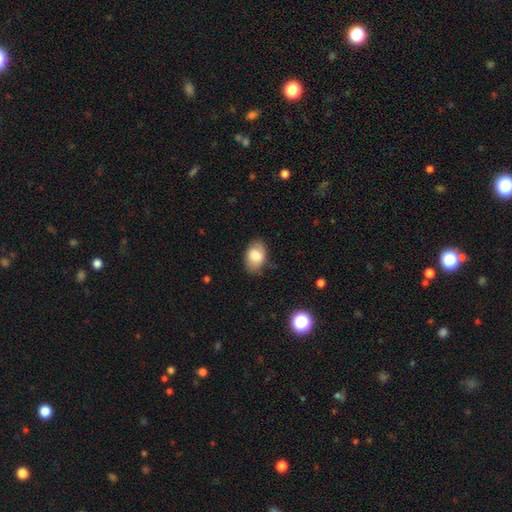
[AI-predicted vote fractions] Smooth or featured?
  - smooth: 77% *
  - featured or disk: 16%
  - star or artifact: 7%
How rounded?
  - in between: 88% *
  - round: 11%
  - cigar-shaped: 1%
Merging?
  - none: 74% *
  - minor disturbance: 20%
  - major disturbance: 5%
  - merger: 1%